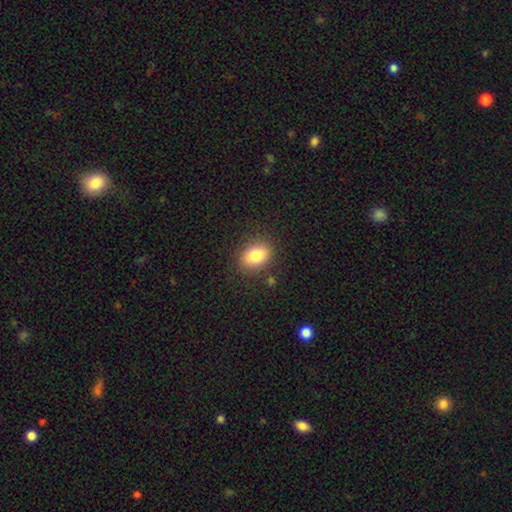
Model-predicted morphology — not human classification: Smooth or featured? Predicted: smooth (p=0.83). How rounded? Predicted: in between (p=0.75). Merging? Predicted: none (p=0.85).